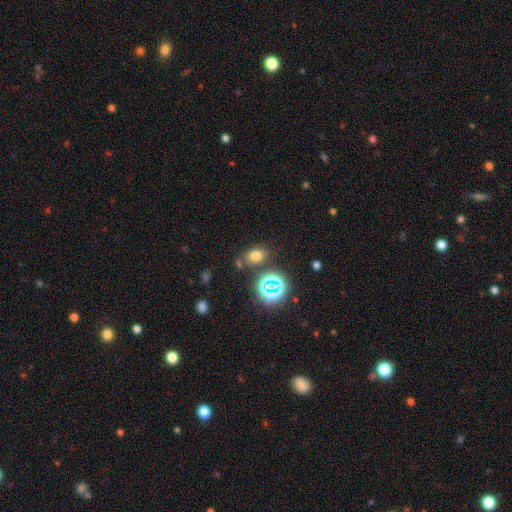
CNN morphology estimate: Smooth or featured? smooth (68%)
How rounded? in between (60%)
Merging? none (75%)